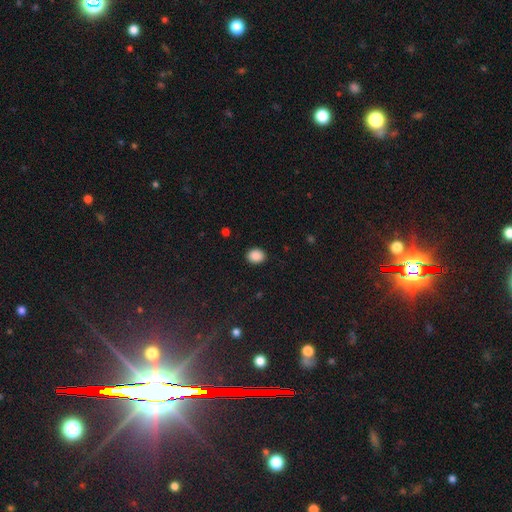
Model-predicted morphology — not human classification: Smooth or featured?
  - smooth: 89% *
  - star or artifact: 9%
  - featured or disk: 3%
How rounded?
  - round: 57% *
  - in between: 42%
  - cigar-shaped: 1%
Merging?
  - none: 90% *
  - minor disturbance: 7%
  - major disturbance: 2%
  - merger: 1%